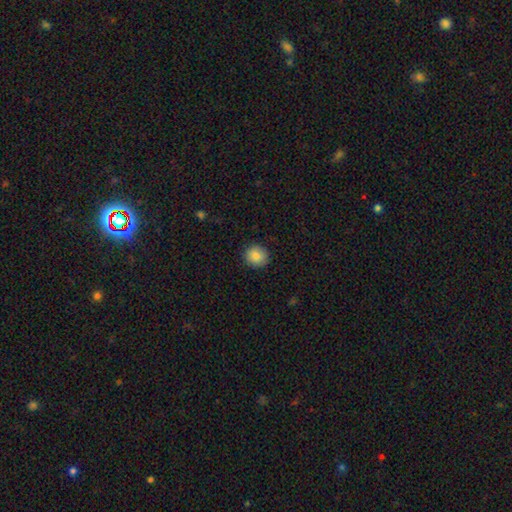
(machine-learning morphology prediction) smooth_or_featured: smooth (p=0.84) [alt: star or artifact p=0.09]
how_rounded: round (p=0.89) [alt: in between p=0.10]
merging: none (p=0.90) [alt: minor disturbance p=0.07]